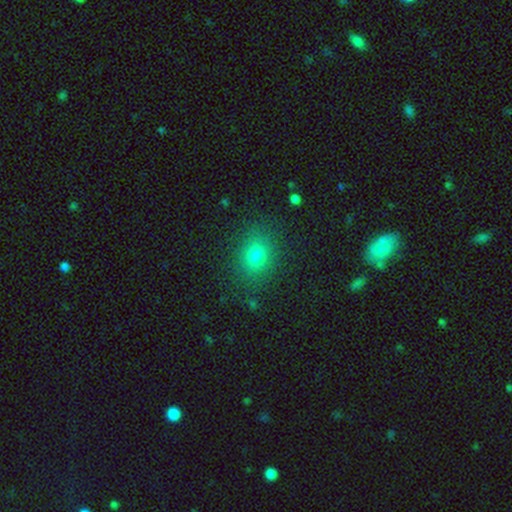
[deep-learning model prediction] A smooth galaxy with no disk features (77%) that is in between round and cigar-shaped (52%).

Vote fractions:
- Smooth or featured? smooth: 77% / star or artifact: 14% / featured or disk: 9%
- How rounded? in between: 52% / round: 47% / cigar-shaped: 1%
- Merging? none: 85% / minor disturbance: 10% / major disturbance: 4% / merger: 1%